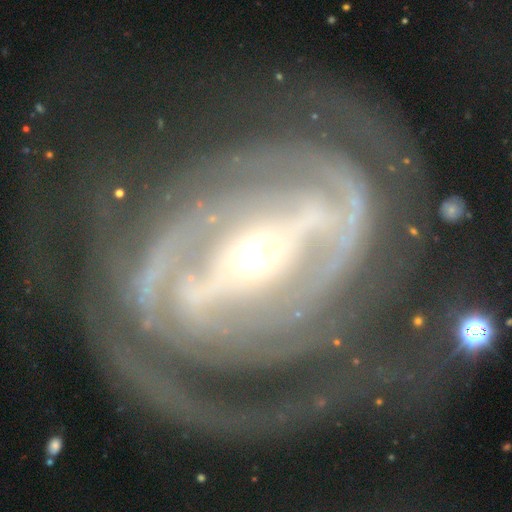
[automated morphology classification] featured or disk 91%, star or artifact 5%, smooth 4%. Down the decision tree: edge-on disk — no (96%); bar — strong (63%); spiral arms — yes (95%); spiral arm count — 2 (51%); spiral winding — tight (61%); bulge size — small (67%); merging — none (53%).